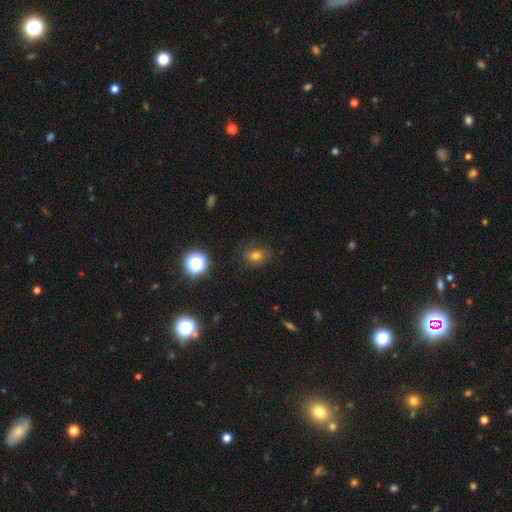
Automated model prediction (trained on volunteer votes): Q: Smooth or featured?
A: smooth (65%); runner-up: star or artifact (20%)
Q: How rounded?
A: in between (54%); runner-up: round (45%)
Q: Merging?
A: none (77%); runner-up: minor disturbance (16%)